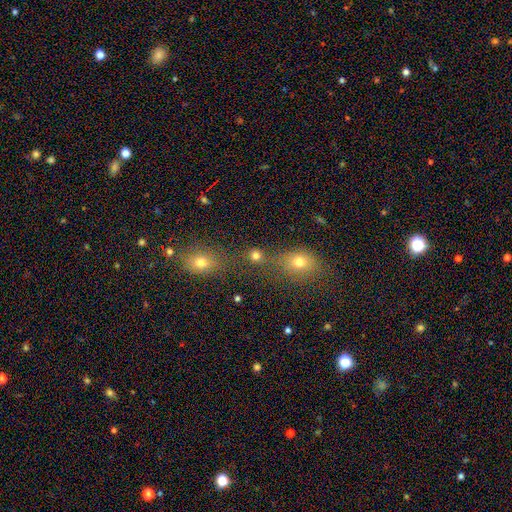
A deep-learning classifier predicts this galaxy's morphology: Q: Smooth or featured?
A: smooth (77%); runner-up: star or artifact (16%)
Q: How rounded?
A: round (84%); runner-up: in between (15%)
Q: Merging?
A: none (65%); runner-up: merger (22%)